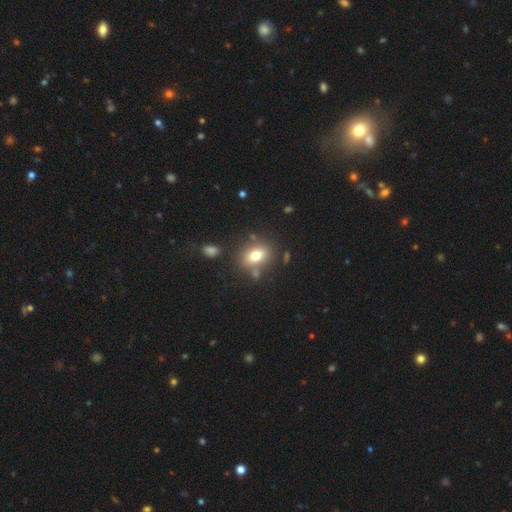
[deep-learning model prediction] smooth_or_featured: smooth (p=0.74) [alt: featured or disk p=0.15]
how_rounded: in between (p=0.66) [alt: round p=0.32]
merging: none (p=0.74) [alt: minor disturbance p=0.12]